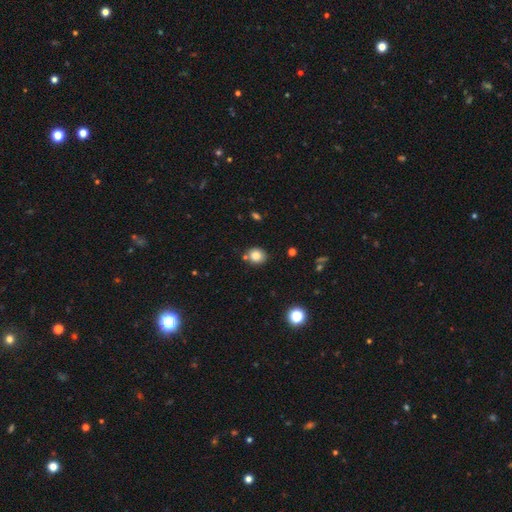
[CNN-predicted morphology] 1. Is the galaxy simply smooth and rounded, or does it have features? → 82% smooth, 11% star or artifact, 7% featured or disk.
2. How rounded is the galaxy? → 75% round, 25% in between, 1% cigar-shaped.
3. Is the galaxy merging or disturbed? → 76% none, 12% minor disturbance, 9% merger, 3% major disturbance.